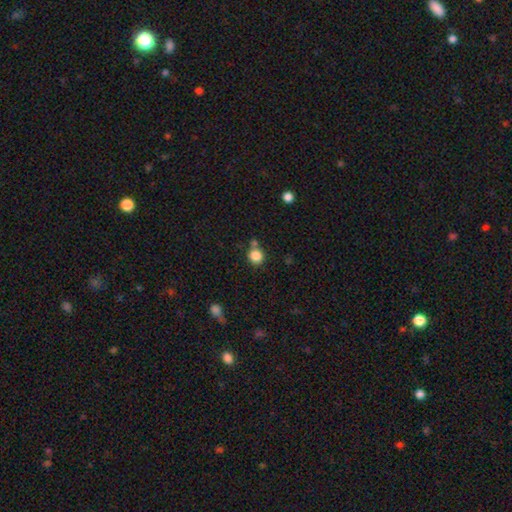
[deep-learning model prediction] smooth-or-featured: smooth: 84% | star or artifact: 11% | featured or disk: 5%
  how-rounded: round: 87% | in between: 12% | cigar-shaped: 1%
  merging: none: 66% | merger: 19% | minor disturbance: 11% | major disturbance: 4%